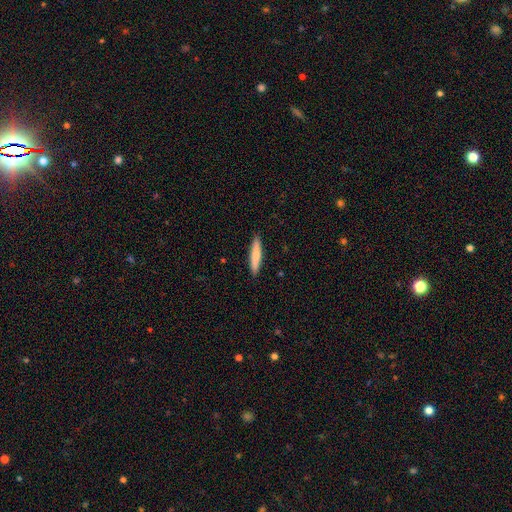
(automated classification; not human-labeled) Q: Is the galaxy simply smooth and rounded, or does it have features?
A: smooth — 74%.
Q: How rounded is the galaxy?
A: cigar-shaped — 89%.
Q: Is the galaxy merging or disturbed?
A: none — 91%.